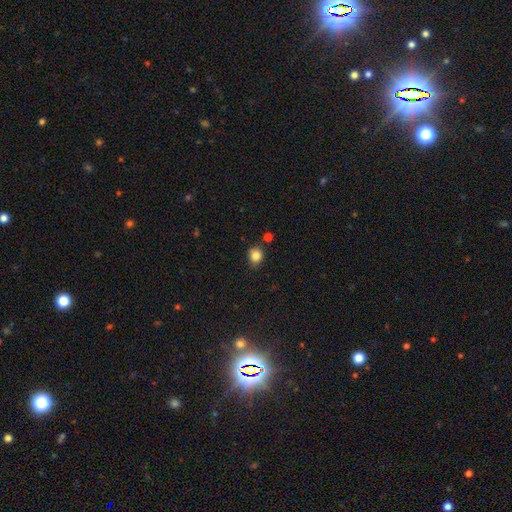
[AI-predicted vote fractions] Smooth or featured?
  - smooth: 85% *
  - star or artifact: 11%
  - featured or disk: 5%
How rounded?
  - round: 73% *
  - in between: 26%
  - cigar-shaped: 1%
Merging?
  - none: 79% *
  - minor disturbance: 13%
  - merger: 5%
  - major disturbance: 3%